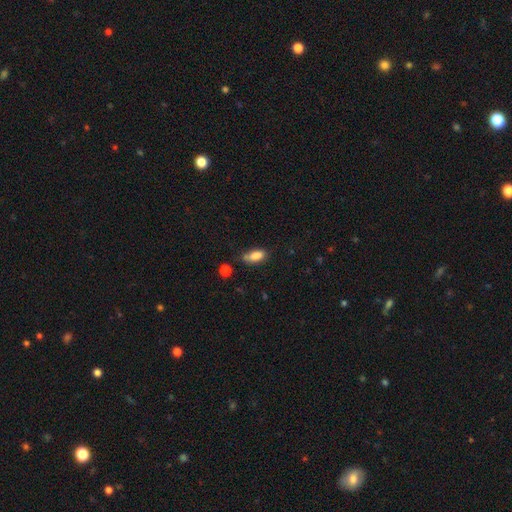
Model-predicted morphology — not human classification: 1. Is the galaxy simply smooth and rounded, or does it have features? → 84% smooth, 8% star or artifact, 8% featured or disk.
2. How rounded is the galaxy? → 86% in between, 10% cigar-shaped, 4% round.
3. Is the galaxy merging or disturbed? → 61% none, 26% minor disturbance, 7% merger, 6% major disturbance.